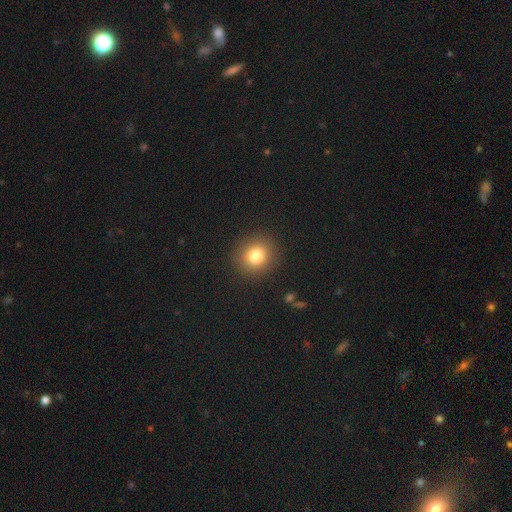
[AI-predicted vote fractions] This is clearly a smooth galaxy (80%). How rounded: clearly round (87%). Merging: clearly none (90%).